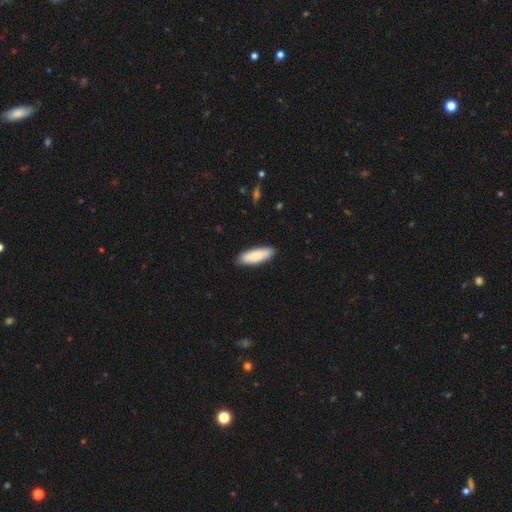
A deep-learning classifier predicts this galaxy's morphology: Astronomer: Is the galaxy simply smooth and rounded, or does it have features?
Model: smooth — 88%.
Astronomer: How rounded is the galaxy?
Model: in between — 58% (runner-up: cigar-shaped, 41%).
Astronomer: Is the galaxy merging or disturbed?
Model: none — 88%.